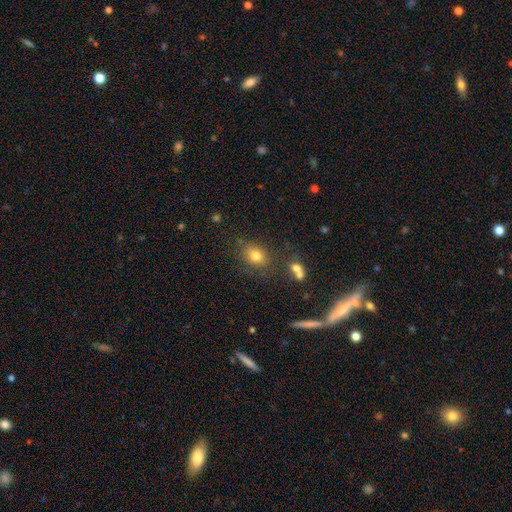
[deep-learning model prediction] Smooth or featured?
  - smooth: 78% *
  - star or artifact: 13%
  - featured or disk: 9%
How rounded?
  - in between: 52% *
  - round: 47%
  - cigar-shaped: 1%
Merging?
  - none: 76% *
  - minor disturbance: 13%
  - merger: 6%
  - major disturbance: 5%